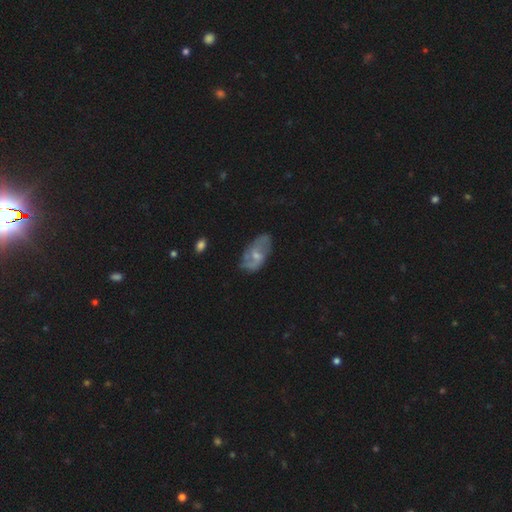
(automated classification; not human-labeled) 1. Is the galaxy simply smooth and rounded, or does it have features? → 65% featured or disk, 29% smooth, 7% star or artifact.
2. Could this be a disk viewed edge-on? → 95% no, 5% yes.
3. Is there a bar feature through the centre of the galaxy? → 48% no, 46% weak, 7% strong.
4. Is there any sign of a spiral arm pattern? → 80% yes, 20% no.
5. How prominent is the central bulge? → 51% small, 37% moderate, 9% none, 2% large, 1% dominant.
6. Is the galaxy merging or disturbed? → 63% none, 25% minor disturbance, 10% major disturbance, 2% merger.